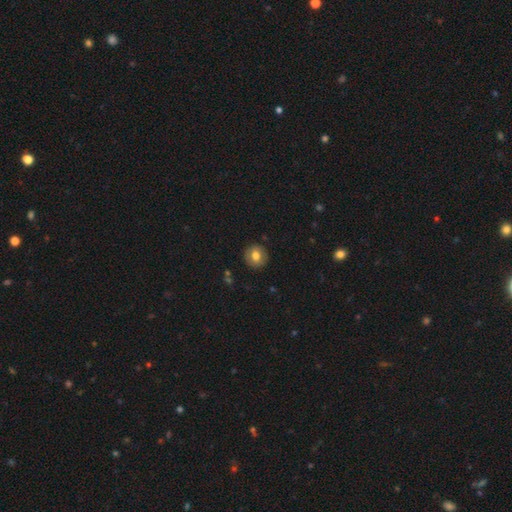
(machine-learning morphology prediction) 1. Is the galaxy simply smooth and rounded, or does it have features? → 74% smooth, 18% featured or disk, 8% star or artifact.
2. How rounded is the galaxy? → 90% round, 9% in between, 1% cigar-shaped.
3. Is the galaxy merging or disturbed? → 89% none, 7% minor disturbance, 2% major disturbance, 1% merger.